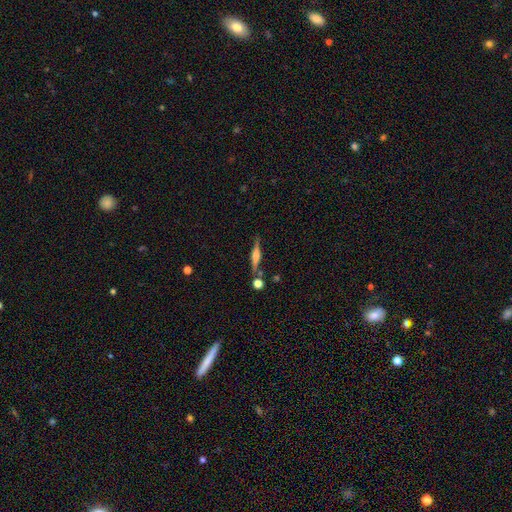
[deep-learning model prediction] Smooth or featured?
  - featured or disk: 67% *
  - smooth: 25%
  - star or artifact: 8%
Edge-on disk?
  - yes: 97% *
  - no: 3%
Edge-on bulge?
  - rounded: 71% *
  - boxy: 23%
  - none: 6%
Merging?
  - none: 78% *
  - minor disturbance: 11%
  - merger: 8%
  - major disturbance: 3%